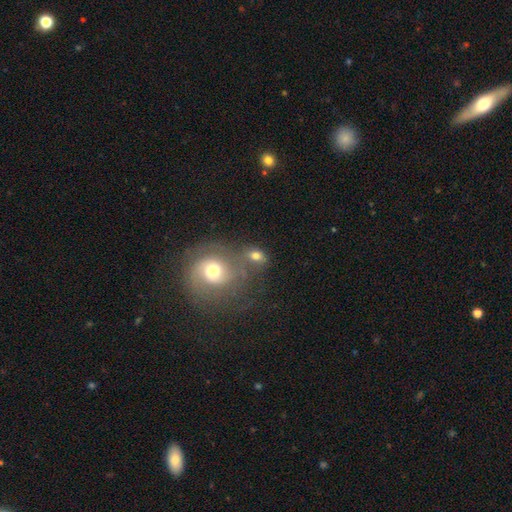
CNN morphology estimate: A smooth galaxy with no disk features (63%) that is in between round and cigar-shaped (59%).

Vote fractions:
- Smooth or featured? smooth: 63% / featured or disk: 24% / star or artifact: 13%
- How rounded? in between: 59% / round: 39% / cigar-shaped: 2%
- Merging? none: 46% / merger: 31% / minor disturbance: 14% / major disturbance: 9%